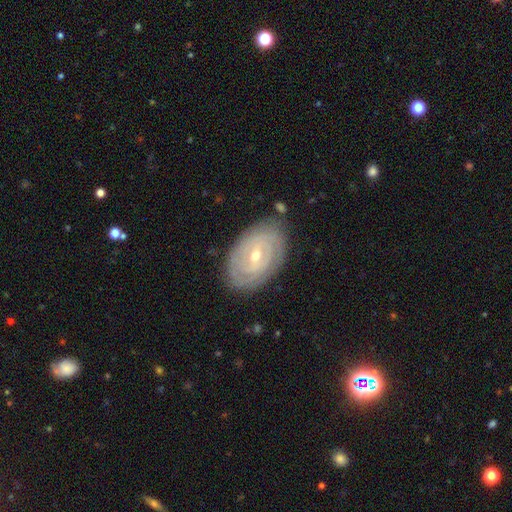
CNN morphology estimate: smooth-or-featured: featured or disk: 81% | smooth: 13% | star or artifact: 6%
  disk-edge-on: no: 95% | yes: 5%
    bar: weak: 48% | no: 36% | strong: 16%
    has-spiral-arms: yes: 89% | no: 11%
      spiral-winding: tight: 81% | medium: 15% | loose: 4%
      spiral-arm-count: can't tell: 39% | 2: 33% | 3: 13% | 4: 7% | 1: 4% | more than 4: 4%
    bulge-size: small: 55% | moderate: 42% | large: 1% | none: 1% | dominant: 1%
  merging: none: 81% | minor disturbance: 14% | major disturbance: 3% | merger: 2%